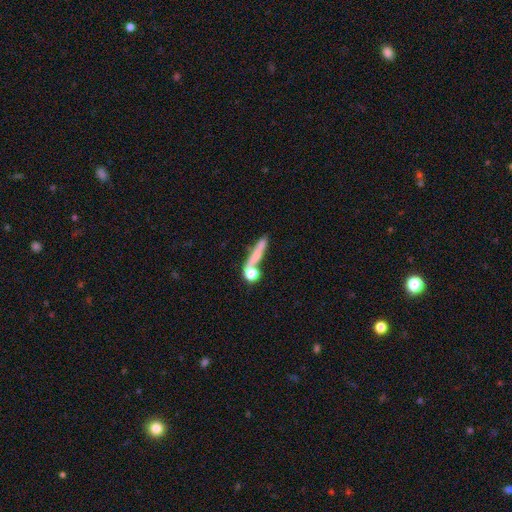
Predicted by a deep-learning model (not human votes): Q: Smooth or featured?
A: smooth (58%); runner-up: featured or disk (30%)
Q: How rounded?
A: cigar-shaped (70%); runner-up: round (16%)
Q: Merging?
A: none (52%); runner-up: merger (23%)